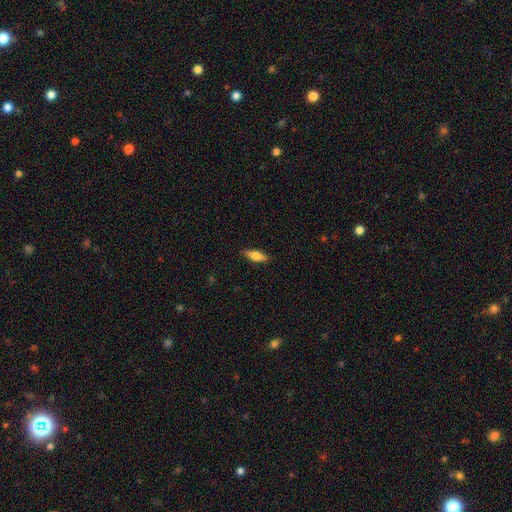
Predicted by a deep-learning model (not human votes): Overall: smooth (71%). How rounded: in between (59%; cigar-shaped 39%). Merging: none (88%).